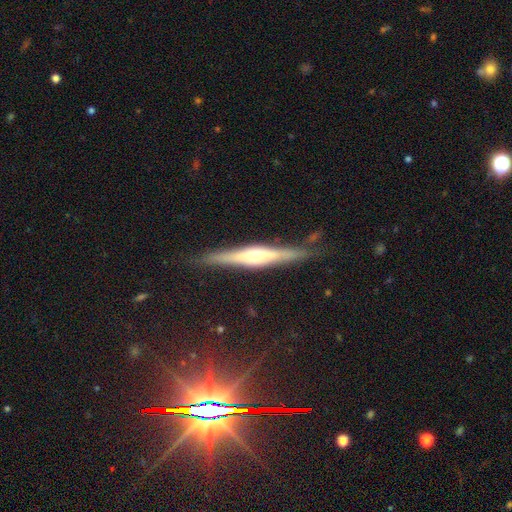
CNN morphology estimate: A featured or disk galaxy (74%) viewed edge-on (96%) with a rounded central bulge (84%).

Vote fractions:
- Smooth or featured? featured or disk: 74% / smooth: 19% / star or artifact: 6%
- Edge-on disk? yes: 96% / no: 4%
- Edge-on bulge? rounded: 84% / boxy: 11% / none: 5%
- Merging? none: 84% / minor disturbance: 11% / major disturbance: 3% / merger: 2%